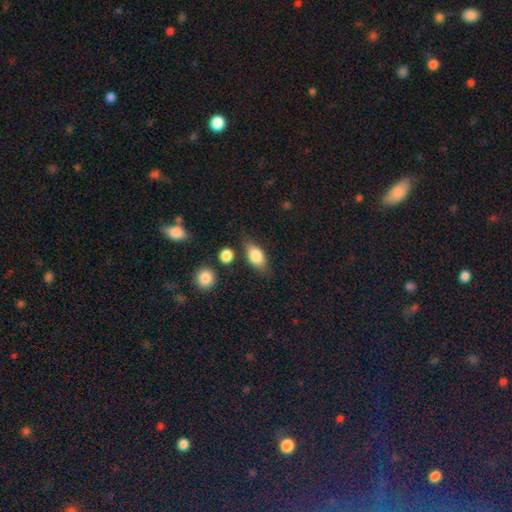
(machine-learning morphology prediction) smooth-or-featured: smooth: 78% | featured or disk: 15% | star or artifact: 7%
  how-rounded: in between: 84% | round: 9% | cigar-shaped: 7%
  merging: none: 71% | minor disturbance: 19% | major disturbance: 6% | merger: 5%